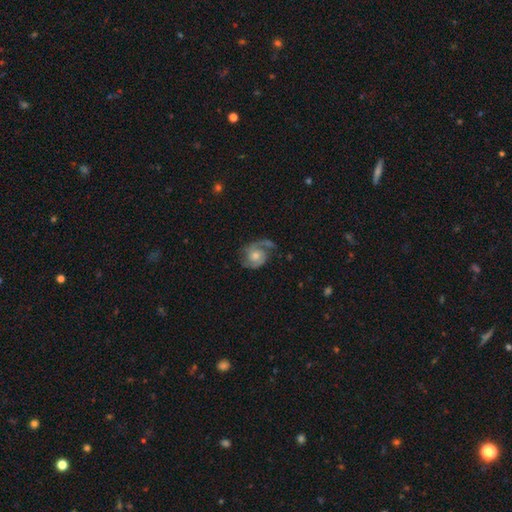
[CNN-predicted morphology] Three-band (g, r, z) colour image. It shows a featured or disk galaxy (80%) with no bar (71%), 2 (75%) medium (47%) spiral arms (95%) and a moderate central bulge (58%). Merging: none (60%).